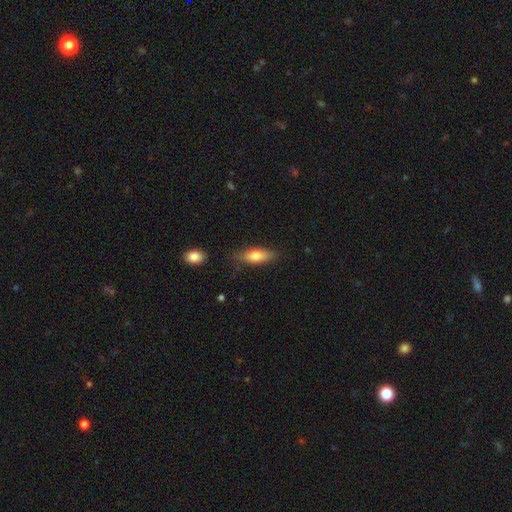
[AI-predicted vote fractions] This is likely a smooth galaxy (73%). How rounded: likely in between (62%). Merging: likely none (76%).